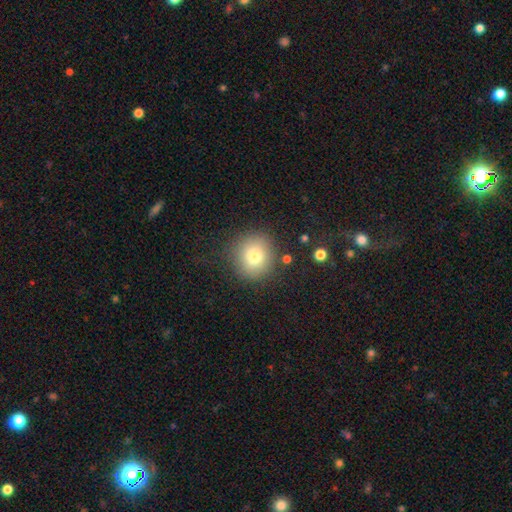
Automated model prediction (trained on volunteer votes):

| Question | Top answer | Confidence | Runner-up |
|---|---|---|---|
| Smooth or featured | smooth | 76% | star or artifact (12%) |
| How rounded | round | 91% | in between (8%) |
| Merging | none | 84% | minor disturbance (10%) |